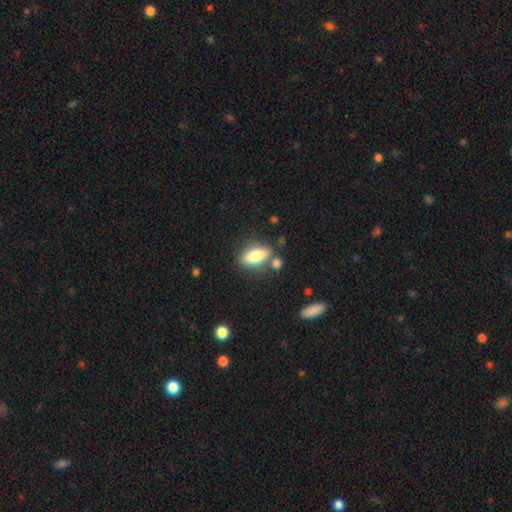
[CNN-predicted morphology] This appears to be a smooth galaxy with no disk features (74%) that is in between round and cigar-shaped (78%). Merging: none (70%).